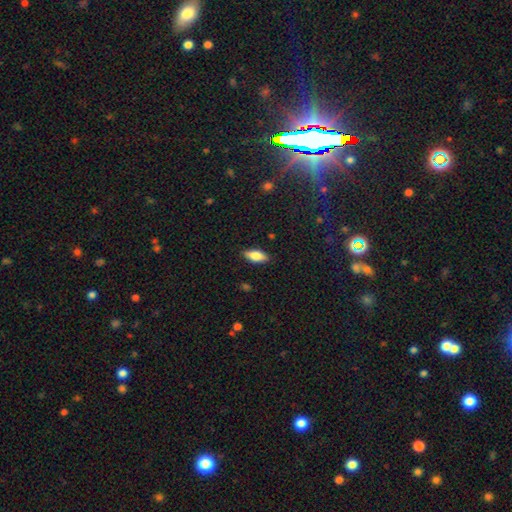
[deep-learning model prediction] A smooth galaxy with no disk features (76%) that is in between round and cigar-shaped (82%). Merging: none (87%).